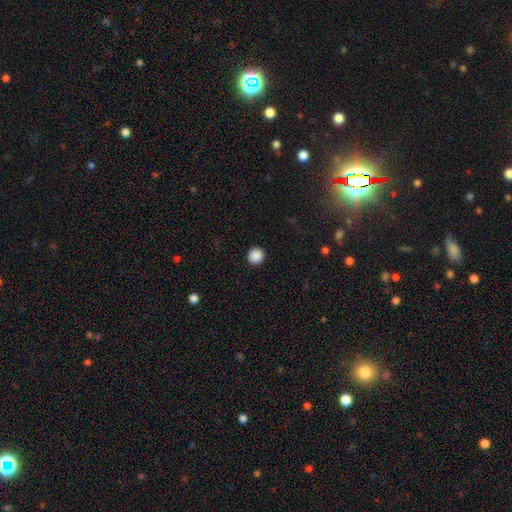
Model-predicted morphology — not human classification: Smooth or featured: smooth — 89% (star or artifact — 9%)
How rounded: round — 92% (in between — 7%)
Merging: none — 93% (minor disturbance — 4%)